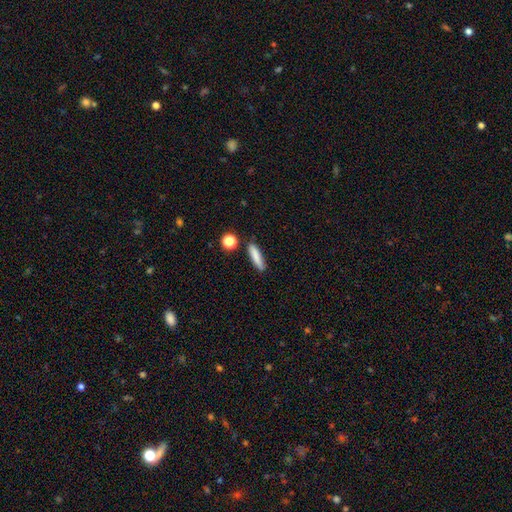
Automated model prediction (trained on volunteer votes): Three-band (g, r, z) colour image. It shows a smooth galaxy with no disk features (84%) that is cigar-shaped (78%). Merging: none (83%).